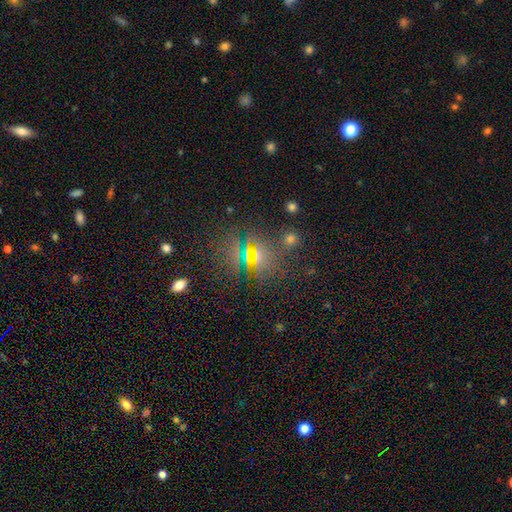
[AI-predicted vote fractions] star or artifact 52%, smooth 34%, featured or disk 15%.